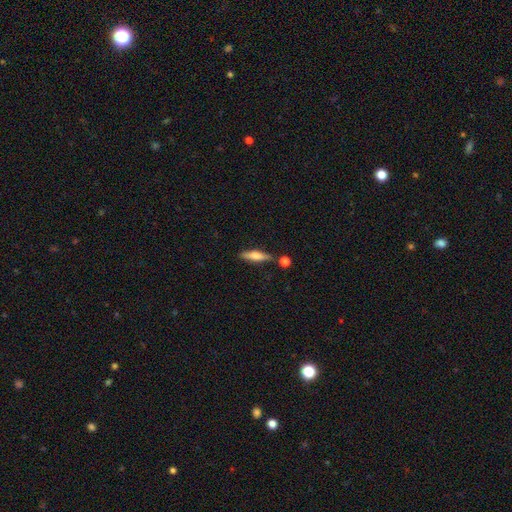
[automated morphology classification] smooth_or_featured: smooth (p=0.55) [alt: featured or disk p=0.38]
how_rounded: cigar-shaped (p=0.72) [alt: in between p=0.26]
merging: none (p=0.76) [alt: minor disturbance p=0.12]